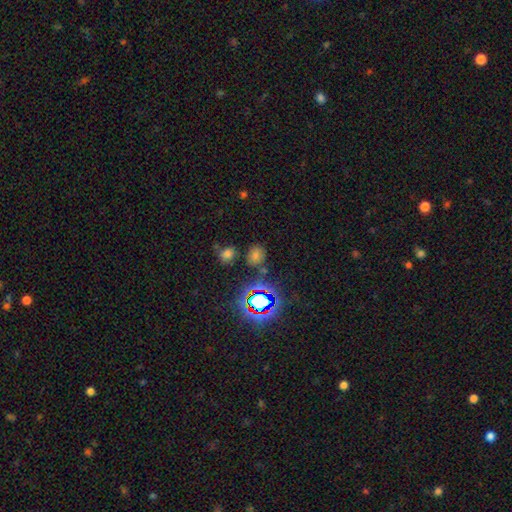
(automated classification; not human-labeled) The model was most divided on "smooth or featured": smooth: 50%, star or artifact: 42%, featured or disk: 8%. More confident: merging — none (77%); how rounded — round (69%).